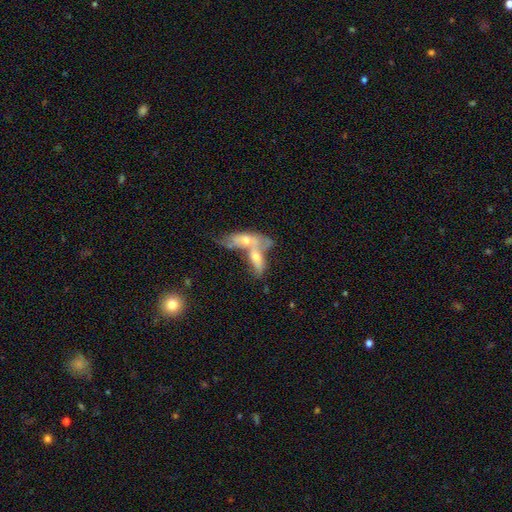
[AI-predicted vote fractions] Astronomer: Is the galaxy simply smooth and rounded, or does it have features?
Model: featured or disk — 53% (runner-up: smooth, 37%).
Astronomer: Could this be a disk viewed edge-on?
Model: no — 71%.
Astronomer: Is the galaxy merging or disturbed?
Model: merger — 66%.